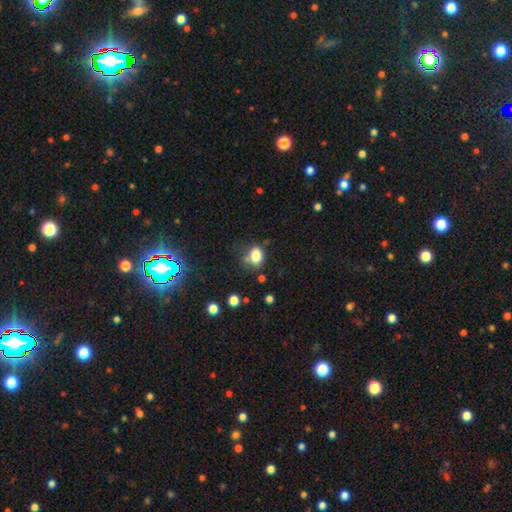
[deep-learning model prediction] Smooth or featured?
  - smooth: 80% *
  - star or artifact: 12%
  - featured or disk: 8%
How rounded?
  - in between: 54% *
  - round: 45%
  - cigar-shaped: 1%
Merging?
  - none: 52% *
  - minor disturbance: 28%
  - major disturbance: 12%
  - merger: 8%